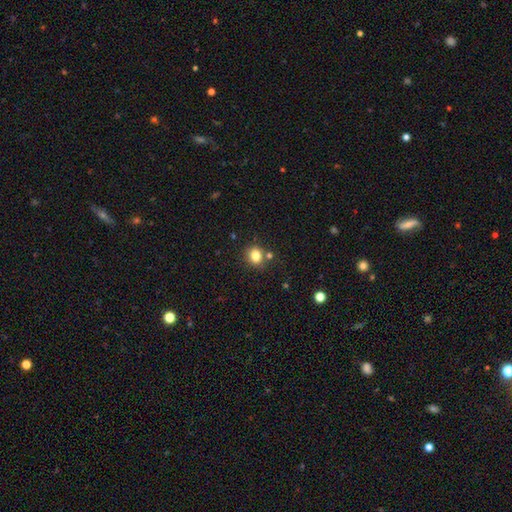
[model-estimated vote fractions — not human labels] This is clearly a smooth galaxy (81%). How rounded: likely round (74%). Merging: likely none (75%).